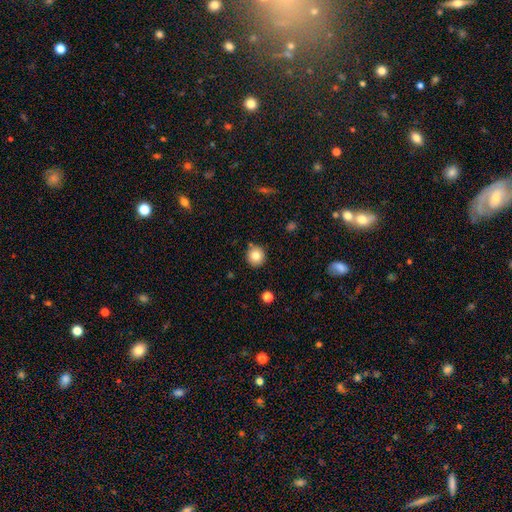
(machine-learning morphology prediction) smooth-or-featured: smooth: 81% | star or artifact: 10% | featured or disk: 9%
  how-rounded: round: 92% | in between: 7% | cigar-shaped: 1%
  merging: none: 88% | minor disturbance: 8% | merger: 3% | major disturbance: 2%